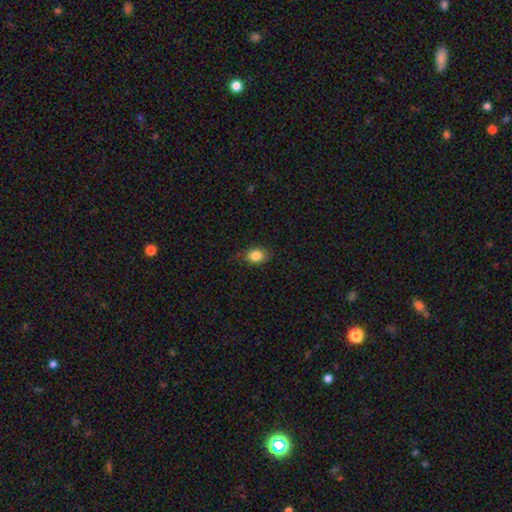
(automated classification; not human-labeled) A smooth galaxy with no disk features (85%) that is in between round and cigar-shaped (70%). Merging: none (80%).